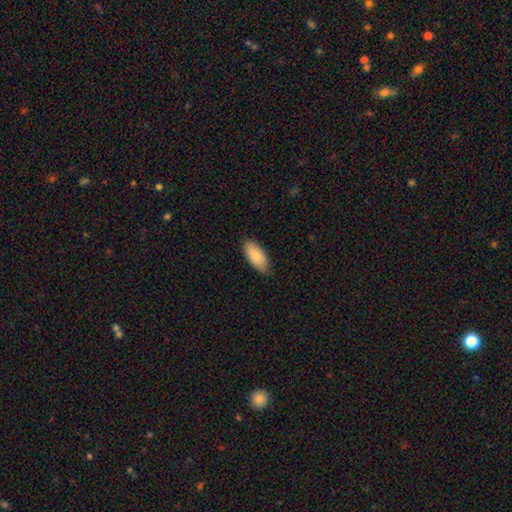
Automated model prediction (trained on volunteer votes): Smooth or featured: smooth — 85% (featured or disk — 10%)
How rounded: in between — 88% (cigar-shaped — 10%)
Merging: none — 84% (minor disturbance — 13%)